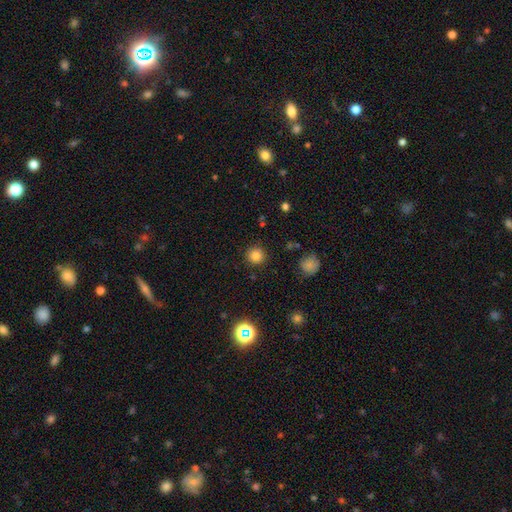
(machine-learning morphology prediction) Smooth or featured?
  - smooth: 81% *
  - star or artifact: 13%
  - featured or disk: 6%
How rounded?
  - round: 94% *
  - in between: 5%
  - cigar-shaped: 1%
Merging?
  - none: 90% *
  - minor disturbance: 6%
  - major disturbance: 2%
  - merger: 1%